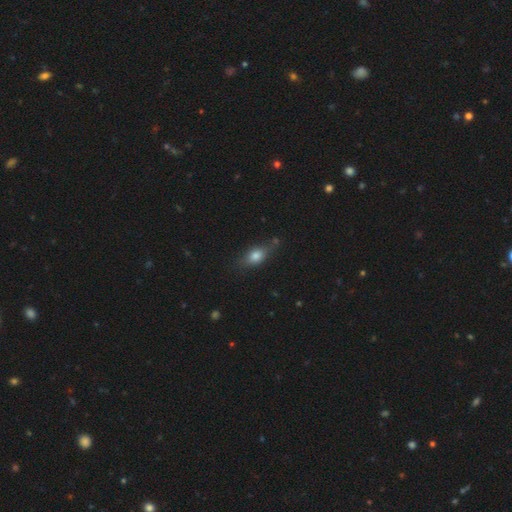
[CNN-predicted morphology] Q: Smooth or featured?
A: smooth (74%); runner-up: featured or disk (17%)
Q: How rounded?
A: in between (77%); runner-up: round (12%)
Q: Merging?
A: none (65%); runner-up: minor disturbance (23%)